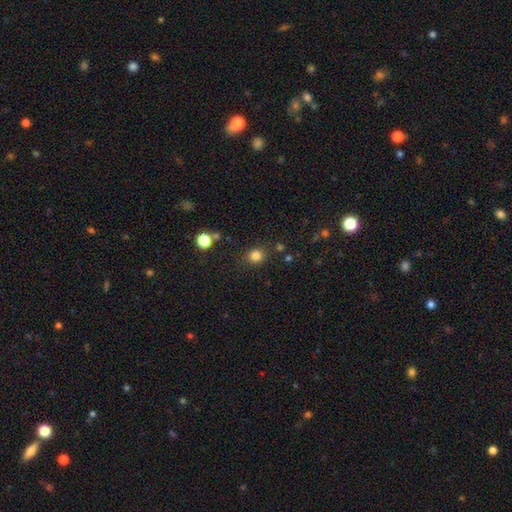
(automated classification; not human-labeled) smooth 82%, star or artifact 13%, featured or disk 5%. Down the decision tree: how rounded — round (82%); merging — none (83%).